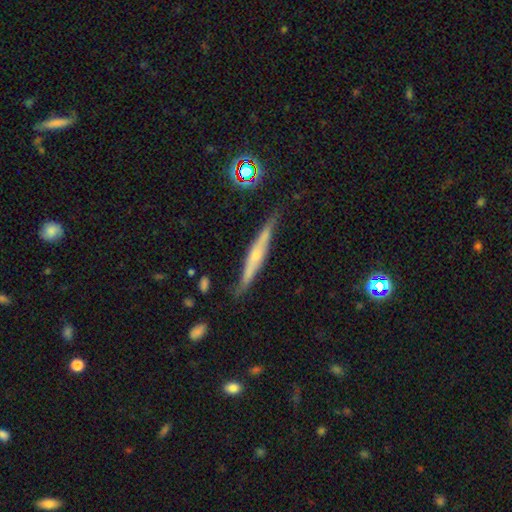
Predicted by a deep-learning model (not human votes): Smooth or featured? featured or disk (66%)
Edge-on disk? yes (93%)
Edge-on bulge? rounded (68%)
Merging? none (78%)